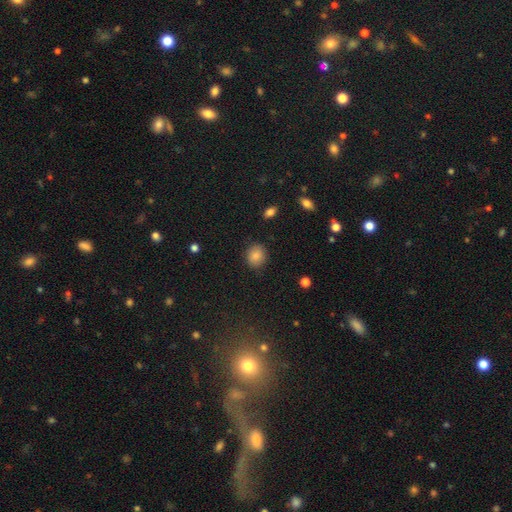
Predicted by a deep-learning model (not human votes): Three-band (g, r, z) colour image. It shows a smooth galaxy with no disk features (85%) that is round (69%). Merging: none (87%).